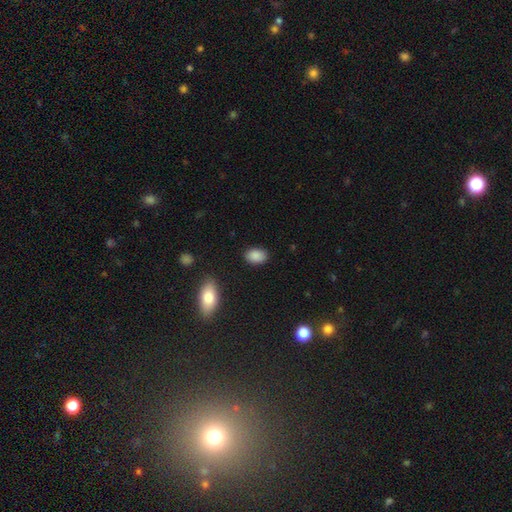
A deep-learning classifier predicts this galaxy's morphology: A smooth galaxy with no disk features (89%) that is in between round and cigar-shaped (84%). Merging: none (86%).